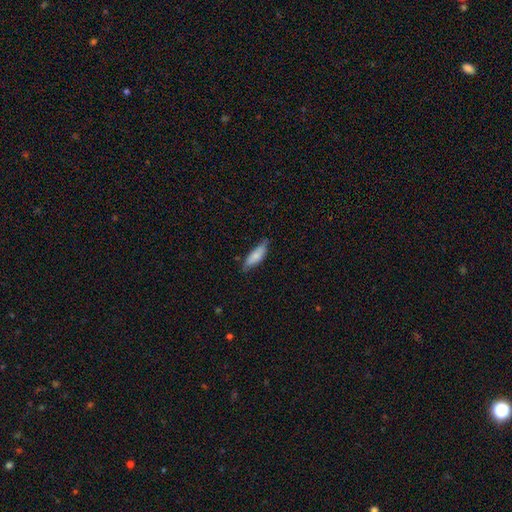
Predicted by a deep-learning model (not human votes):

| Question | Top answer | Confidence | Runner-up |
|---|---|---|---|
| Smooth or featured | smooth | 78% | featured or disk (16%) |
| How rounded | in between | 53% | cigar-shaped (45%) |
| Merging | none | 70% | minor disturbance (25%) |